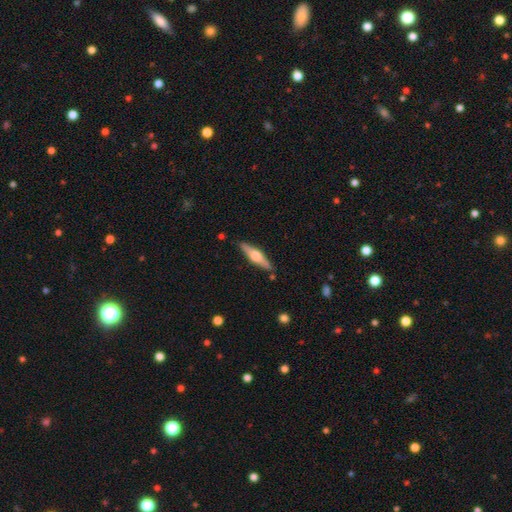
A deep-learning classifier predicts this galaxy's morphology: smooth_or_featured: featured or disk (p=0.64) [alt: smooth p=0.31]
disk_edge_on: yes (p=0.96) [alt: no p=0.04]
edge_on_bulge: rounded (p=0.93) [alt: boxy p=0.05]
merging: none (p=0.87) [alt: minor disturbance p=0.09]